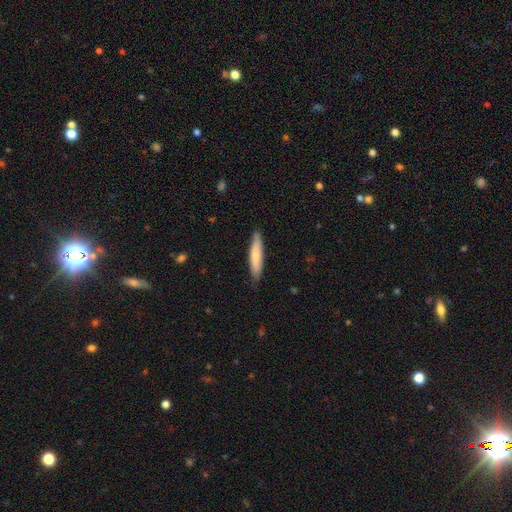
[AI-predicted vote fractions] Smooth or featured? Predicted: smooth (p=0.71). How rounded? Predicted: cigar-shaped (p=0.84). Merging? Predicted: none (p=0.81).